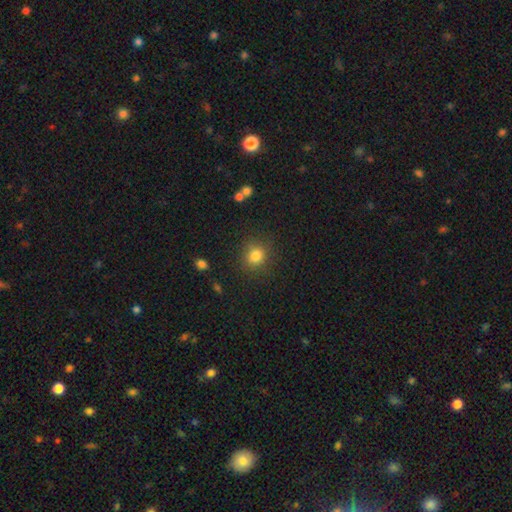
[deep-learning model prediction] The model was most divided on "how rounded": round: 82%, in between: 17%, cigar-shaped: 1%. More confident: merging — none (85%); smooth or featured — smooth (82%).